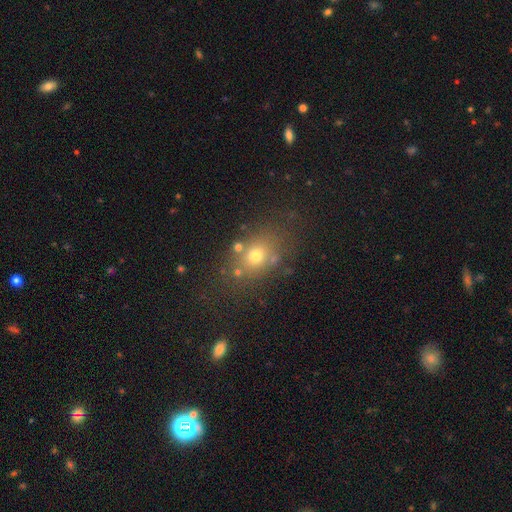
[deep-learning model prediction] Smooth or featured? Predicted: smooth (p=0.67). How rounded? Predicted: in between (p=0.54). Merging? Predicted: none (p=0.72).